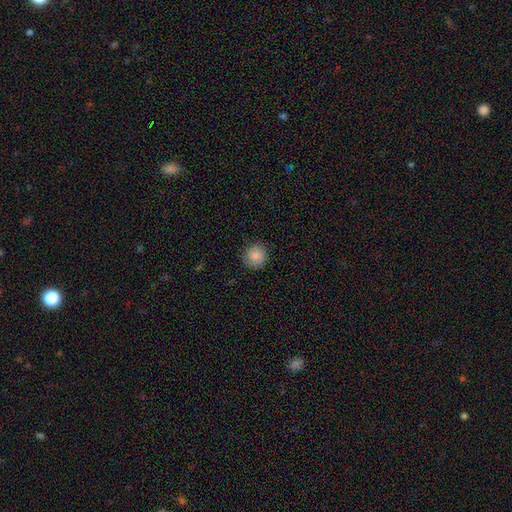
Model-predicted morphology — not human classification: A smooth galaxy with no disk features (85%) that is round (91%).

Vote fractions:
- Smooth or featured? smooth: 85% / star or artifact: 8% / featured or disk: 7%
- How rounded? round: 91% / in between: 9% / cigar-shaped: 1%
- Merging? none: 82% / minor disturbance: 14% / major disturbance: 3% / merger: 1%